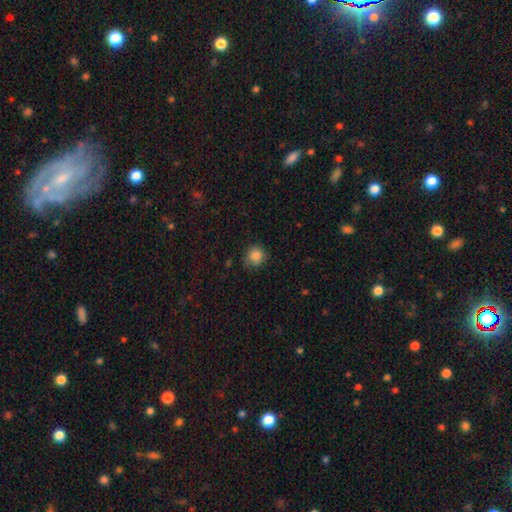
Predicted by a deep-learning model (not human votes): Smooth or featured? smooth (85%)
How rounded? round (87%)
Merging? none (77%)